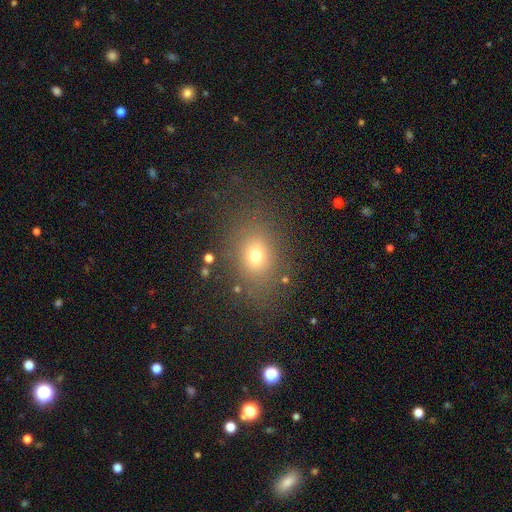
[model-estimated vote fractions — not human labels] Smooth or featured: smooth — 70% (star or artifact — 18%)
How rounded: in between — 57% (round — 42%)
Merging: none — 79% (minor disturbance — 12%)